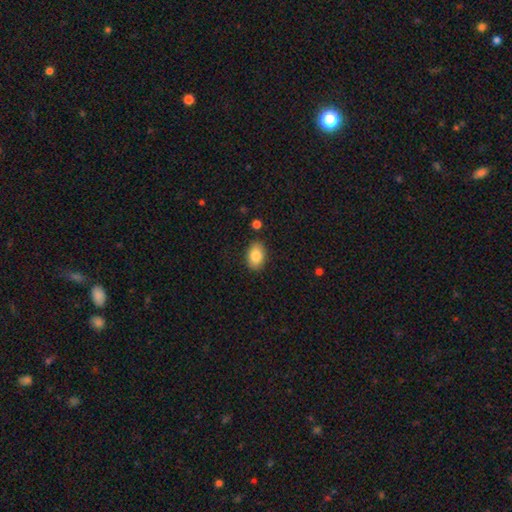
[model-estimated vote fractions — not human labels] smooth_or_featured: smooth (p=0.85) [alt: featured or disk p=0.08]
how_rounded: in between (p=0.87) [alt: round p=0.11]
merging: none (p=0.86) [alt: minor disturbance p=0.10]